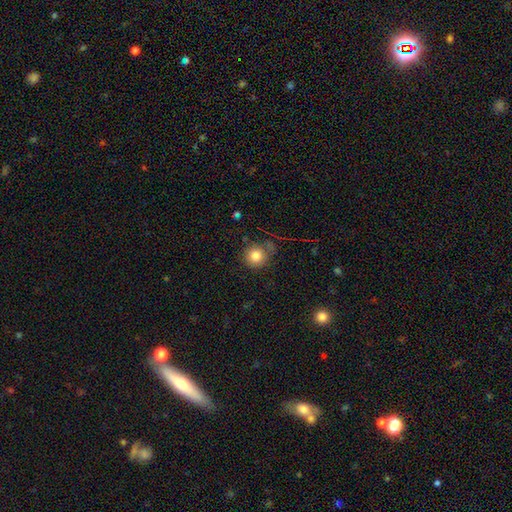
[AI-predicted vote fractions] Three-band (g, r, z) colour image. It shows a smooth galaxy with no disk features (83%) that is round (91%). Merging: none (73%).